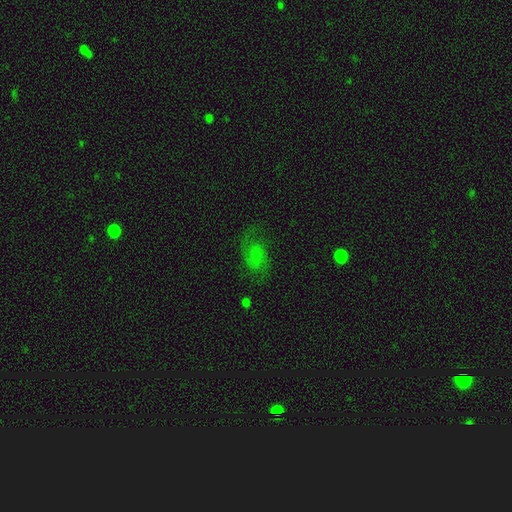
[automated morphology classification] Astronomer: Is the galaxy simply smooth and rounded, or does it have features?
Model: smooth — 42% (runner-up: featured or disk, 41%).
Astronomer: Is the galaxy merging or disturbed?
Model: none — 60%.